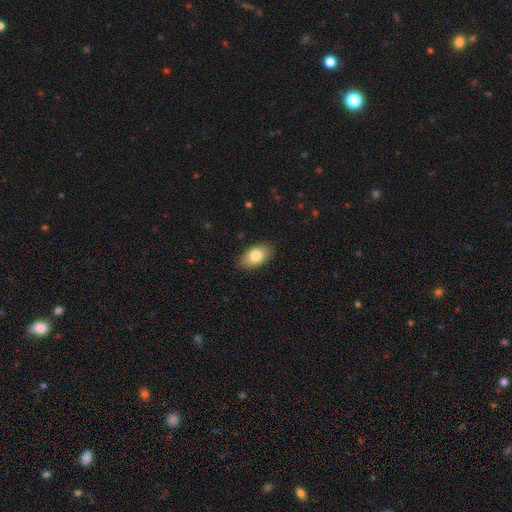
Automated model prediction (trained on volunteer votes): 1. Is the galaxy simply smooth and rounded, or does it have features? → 81% smooth, 12% featured or disk, 7% star or artifact.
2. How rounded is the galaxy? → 91% in between, 8% round, 2% cigar-shaped.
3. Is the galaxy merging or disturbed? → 85% none, 11% minor disturbance, 2% major disturbance, 1% merger.